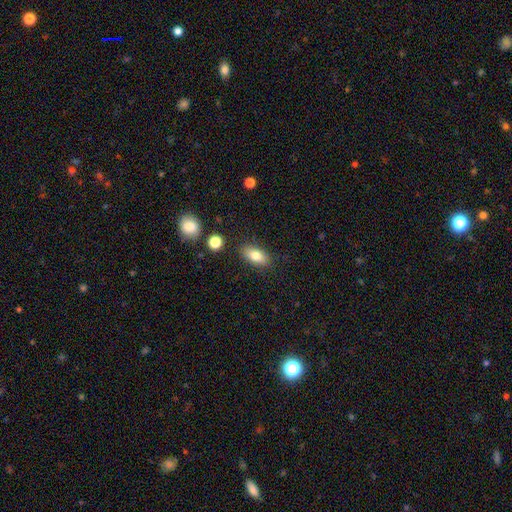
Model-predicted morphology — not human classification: Q: Smooth or featured?
A: smooth (79%); runner-up: featured or disk (13%)
Q: How rounded?
A: in between (87%); runner-up: cigar-shaped (8%)
Q: Merging?
A: none (84%); runner-up: minor disturbance (10%)